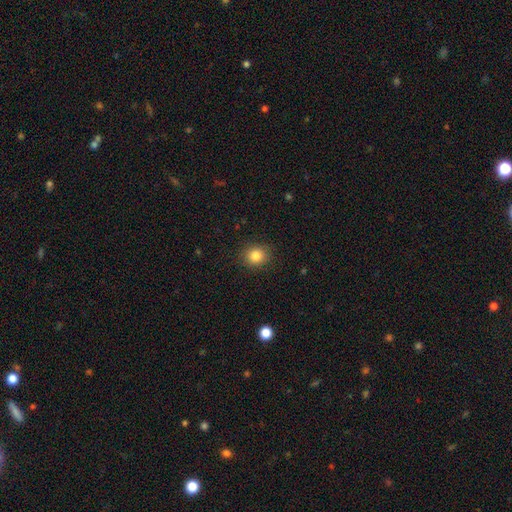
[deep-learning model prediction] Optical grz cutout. It shows a smooth galaxy with no disk features (84%) that is round (78%). Merging: none (89%).